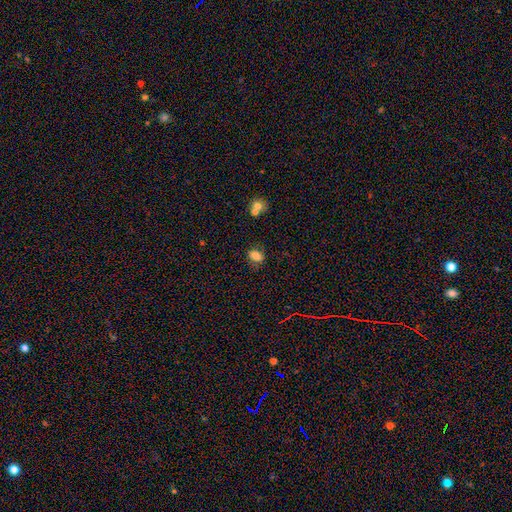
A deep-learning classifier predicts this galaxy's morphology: smooth 82%, star or artifact 11%, featured or disk 7%. Down the decision tree: how rounded — in between (72%); merging — none (76%).